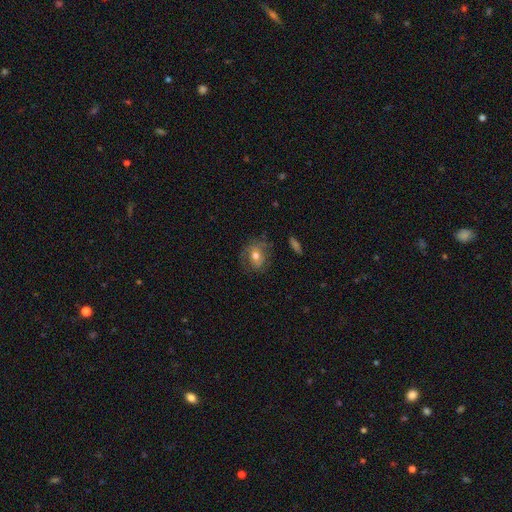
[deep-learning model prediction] The model was most divided on "smooth or featured": smooth: 50%, featured or disk: 41%, star or artifact: 9%. More confident: merging — none (66%).